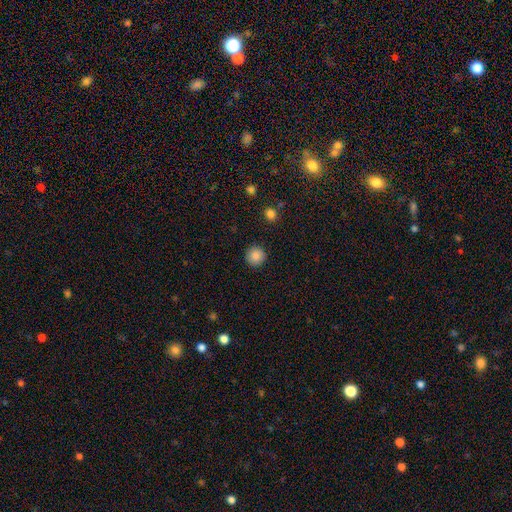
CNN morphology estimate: Overall: smooth (87%). How rounded: round (95%). Merging: none (92%).